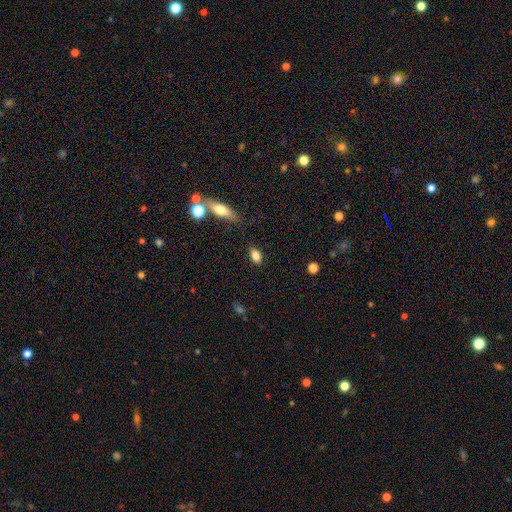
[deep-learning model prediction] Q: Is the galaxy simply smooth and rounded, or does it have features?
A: smooth — 81%.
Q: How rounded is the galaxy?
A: in between — 85%.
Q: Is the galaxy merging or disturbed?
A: none — 83%.